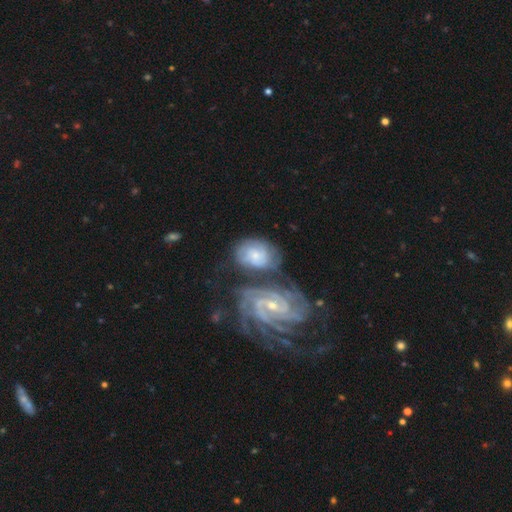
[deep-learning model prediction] A featured or disk galaxy (65%) with no bar (58%), 3 (31%) tight (55%) spiral arms (91%) and a small central bulge (60%).

Vote fractions:
- Smooth or featured? featured or disk: 65% / smooth: 28% / star or artifact: 7%
- Edge-on disk? no: 96% / yes: 4%
- Bar? no: 58% / weak: 34% / strong: 8%
- Spiral arms? yes: 91% / no: 9%
- Spiral winding? tight: 55% / medium: 36% / loose: 9%
- Spiral arm count? 3: 31% / can't tell: 30% / 2: 20% / 4: 10% / 1: 5% / more than 4: 4%
- Bulge size? small: 60% / moderate: 31% / none: 5% / large: 3% / dominant: 1%
- Merging? none: 40% / merger: 35% / minor disturbance: 17% / major disturbance: 8%